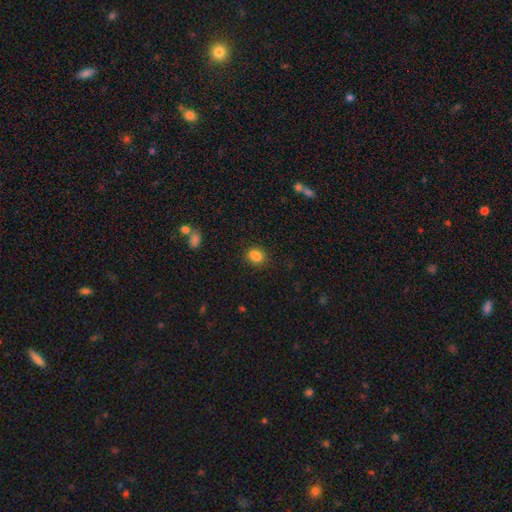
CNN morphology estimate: smooth_or_featured: smooth (p=0.85) [alt: star or artifact p=0.11]
how_rounded: in between (p=0.56) [alt: round p=0.43]
merging: none (p=0.83) [alt: minor disturbance p=0.11]